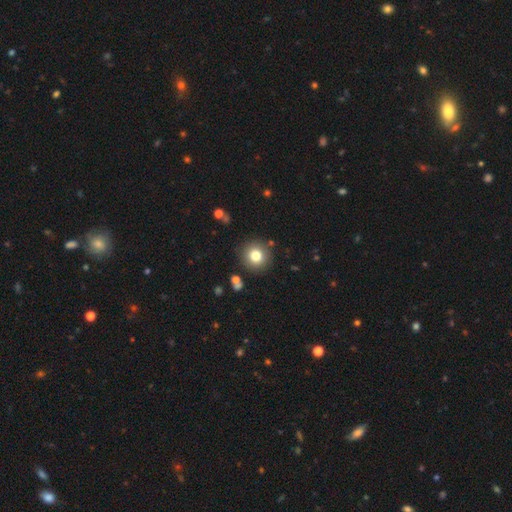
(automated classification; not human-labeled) Overall: smooth (79%). How rounded: round (93%). Merging: none (87%).